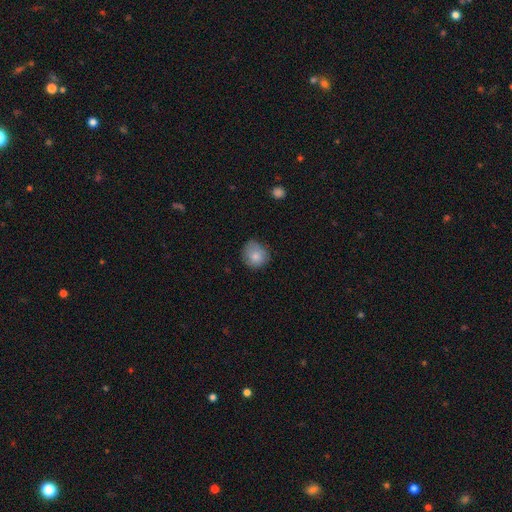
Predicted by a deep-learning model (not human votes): Smooth or featured?
  - smooth: 82% *
  - featured or disk: 10%
  - star or artifact: 8%
How rounded?
  - round: 84% *
  - in between: 15%
  - cigar-shaped: 1%
Merging?
  - none: 70% *
  - minor disturbance: 24%
  - major disturbance: 5%
  - merger: 1%